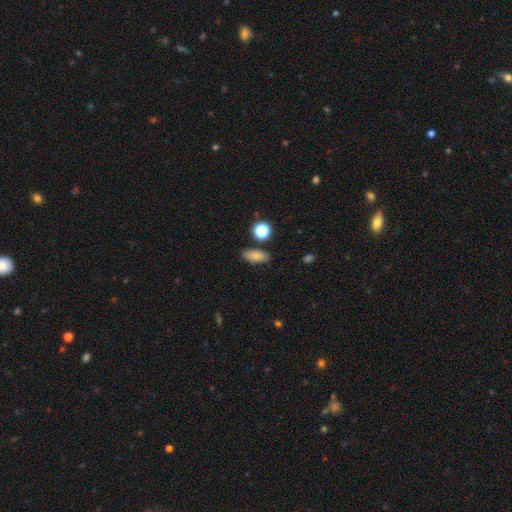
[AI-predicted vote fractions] smooth 83%, star or artifact 11%, featured or disk 6%. Down the decision tree: how rounded — in between (79%); merging — none (81%).